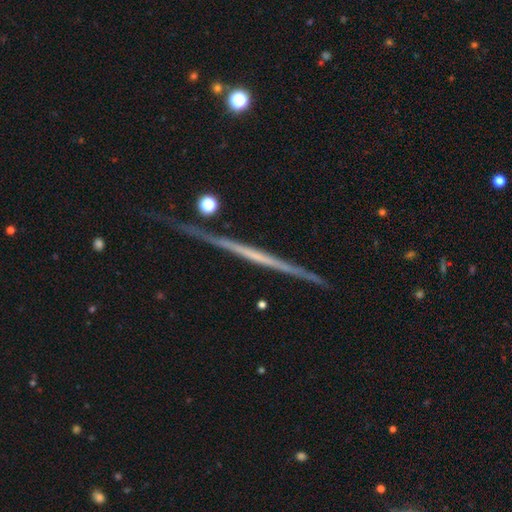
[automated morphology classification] smooth-or-featured: featured or disk: 72% | smooth: 21% | star or artifact: 7%
  disk-edge-on: yes: 97% | no: 3%
    edge-on-bulge: none: 87% | rounded: 8% | boxy: 5%
  merging: none: 85% | minor disturbance: 11% | major disturbance: 3% | merger: 2%